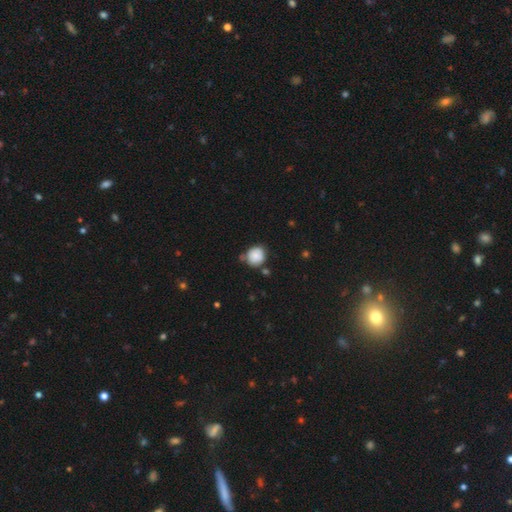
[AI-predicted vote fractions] A smooth galaxy with no disk features (84%) that is round (83%).

Vote fractions:
- Smooth or featured? smooth: 84% / star or artifact: 9% / featured or disk: 8%
- How rounded? round: 83% / in between: 16% / cigar-shaped: 1%
- Merging? none: 65% / minor disturbance: 21% / merger: 9% / major disturbance: 5%